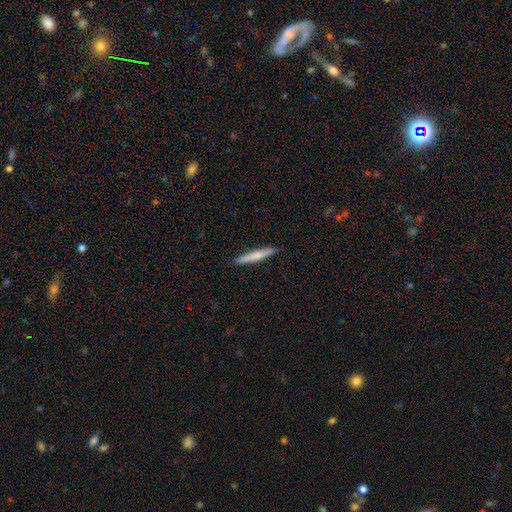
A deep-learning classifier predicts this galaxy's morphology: Smooth or featured: smooth — 62% (featured or disk — 32%)
How rounded: cigar-shaped — 94% (in between — 4%)
Merging: none — 90% (minor disturbance — 7%)